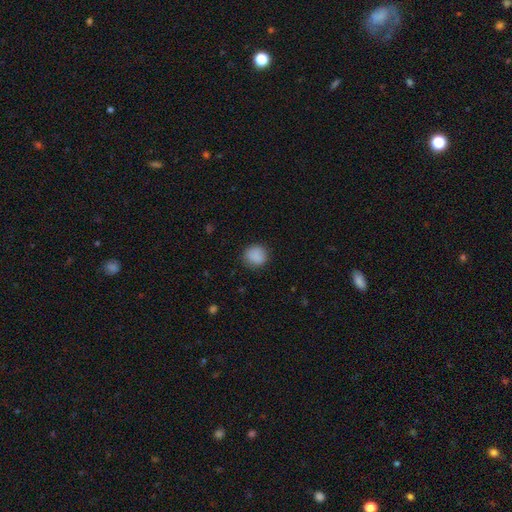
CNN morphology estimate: A smooth galaxy with no disk features (87%) that is round (84%).

Vote fractions:
- Smooth or featured? smooth: 87% / star or artifact: 9% / featured or disk: 4%
- How rounded? round: 84% / in between: 15% / cigar-shaped: 1%
- Merging? none: 83% / minor disturbance: 12% / major disturbance: 3% / merger: 1%